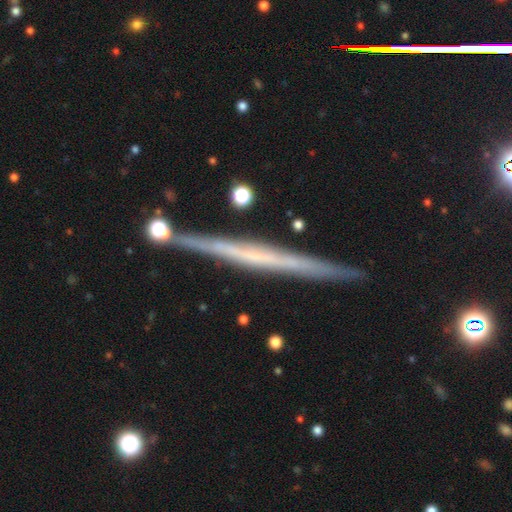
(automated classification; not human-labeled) A featured or disk galaxy (65%) viewed edge-on (97%) with no central bulge (85%).

Vote fractions:
- Smooth or featured? featured or disk: 65% / smooth: 26% / star or artifact: 9%
- Edge-on disk? yes: 97% / no: 3%
- Edge-on bulge? none: 85% / rounded: 9% / boxy: 6%
- Merging? none: 88% / minor disturbance: 8% / merger: 3% / major disturbance: 2%